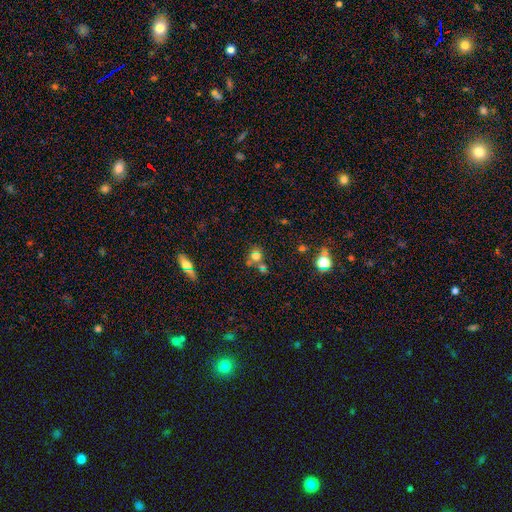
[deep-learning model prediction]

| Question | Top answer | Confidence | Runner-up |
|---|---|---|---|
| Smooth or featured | smooth | 68% | star or artifact (19%) |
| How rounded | round | 80% | in between (19%) |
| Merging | none | 52% | merger (33%) |